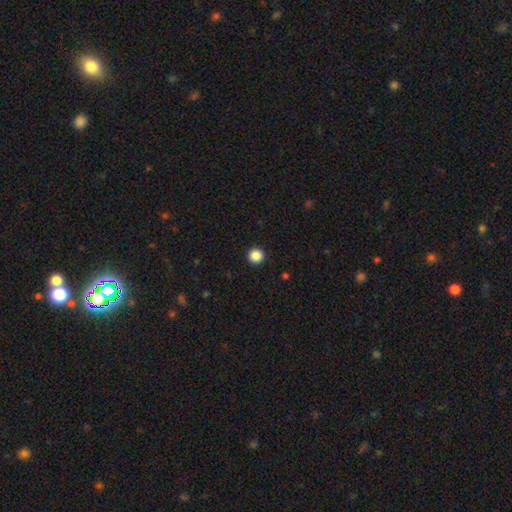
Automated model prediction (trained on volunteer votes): Overall: smooth (87%). How rounded: round (96%). Merging: none (94%).